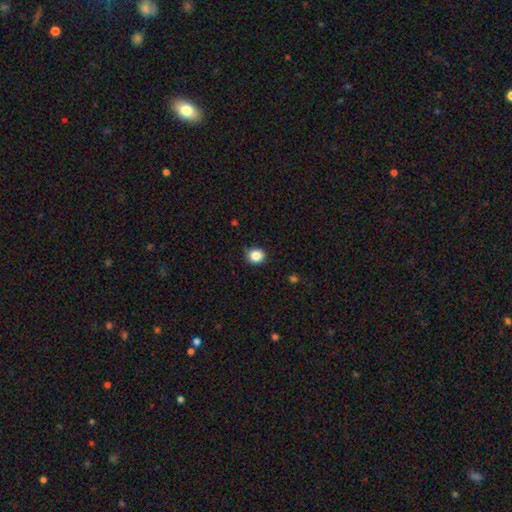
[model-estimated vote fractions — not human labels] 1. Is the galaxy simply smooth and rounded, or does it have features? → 85% smooth, 10% star or artifact, 4% featured or disk.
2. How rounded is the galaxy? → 86% round, 13% in between, 1% cigar-shaped.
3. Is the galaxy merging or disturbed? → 89% none, 8% minor disturbance, 2% major disturbance, 1% merger.